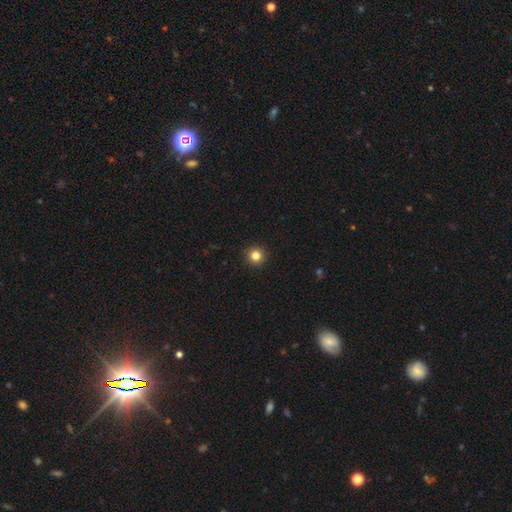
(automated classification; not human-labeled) The model was most divided on "smooth or featured": smooth: 83%, star or artifact: 13%, featured or disk: 5%. More confident: how rounded — round (96%); merging — none (93%).